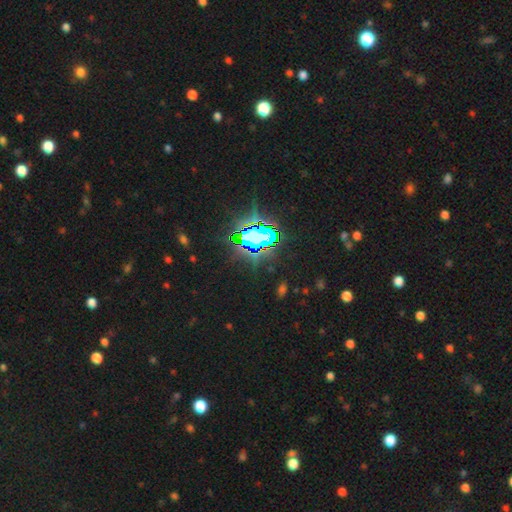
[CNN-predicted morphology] Smooth or featured? star or artifact (81%)